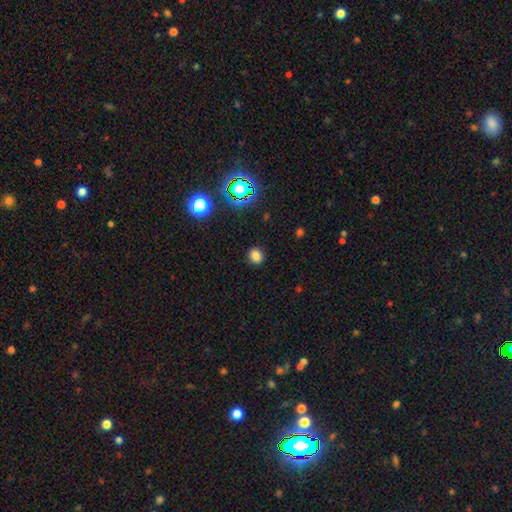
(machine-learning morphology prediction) type=smooth (78%); roundness=round (73%); merging=none (89%).